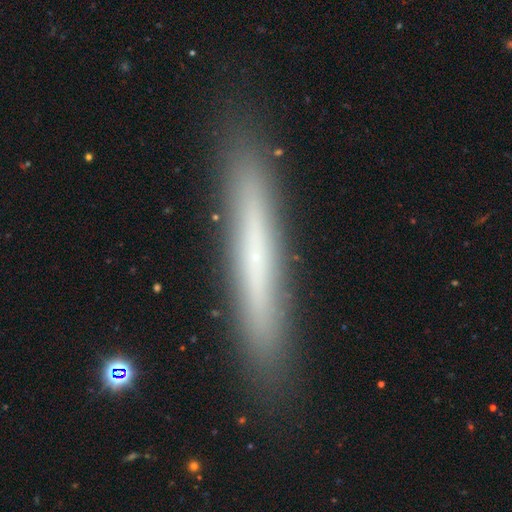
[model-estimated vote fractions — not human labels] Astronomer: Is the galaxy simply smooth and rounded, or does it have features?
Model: featured or disk — 50% (runner-up: smooth, 43%).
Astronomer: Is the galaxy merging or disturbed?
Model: none — 89%.